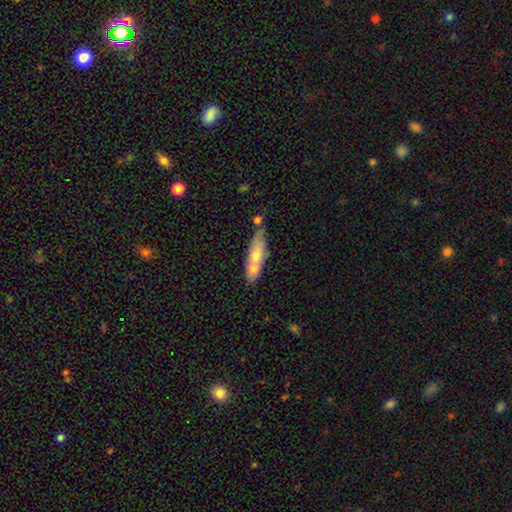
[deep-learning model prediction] Overall: smooth (62%; featured or disk 31%). How rounded: cigar-shaped (52%; in between 44%). Merging: merger (43%; none 35%).